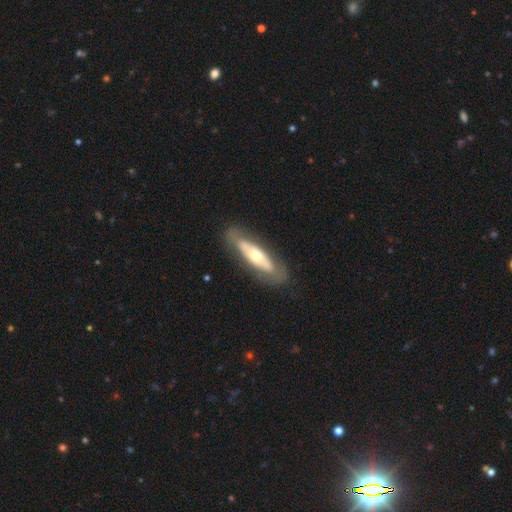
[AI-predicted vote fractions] Smooth or featured? featured or disk (59%)
Edge-on disk? no (64%)
Merging? none (77%)